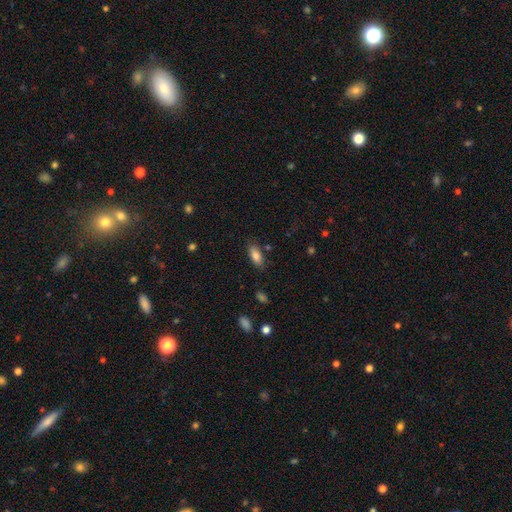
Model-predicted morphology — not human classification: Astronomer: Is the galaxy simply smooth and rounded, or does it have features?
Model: smooth — 82%.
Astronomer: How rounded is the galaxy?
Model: in between — 86%.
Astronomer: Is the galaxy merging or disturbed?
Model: none — 83%.